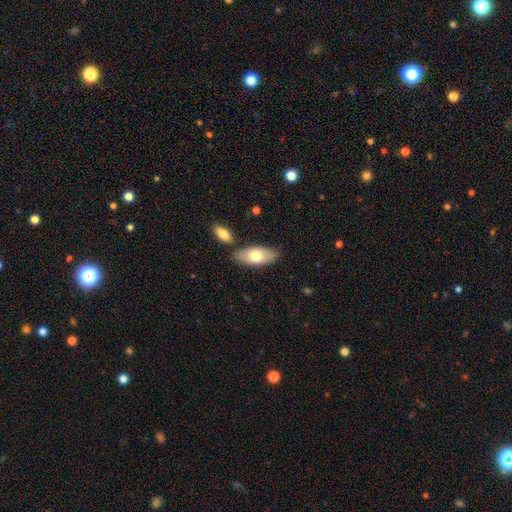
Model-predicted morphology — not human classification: This appears to be a smooth galaxy with no disk features (71%) that is in between round and cigar-shaped (89%). Merging: none (80%).